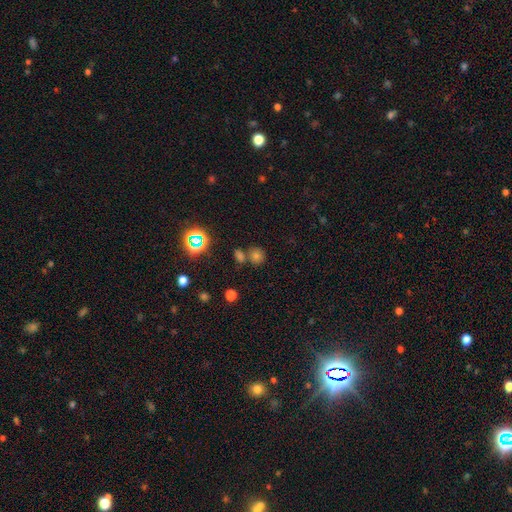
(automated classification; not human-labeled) Smooth or featured?
  - smooth: 58% *
  - star or artifact: 33%
  - featured or disk: 9%
How rounded?
  - round: 86% *
  - in between: 13%
  - cigar-shaped: 1%
Merging?
  - none: 66% *
  - merger: 23%
  - minor disturbance: 8%
  - major disturbance: 3%